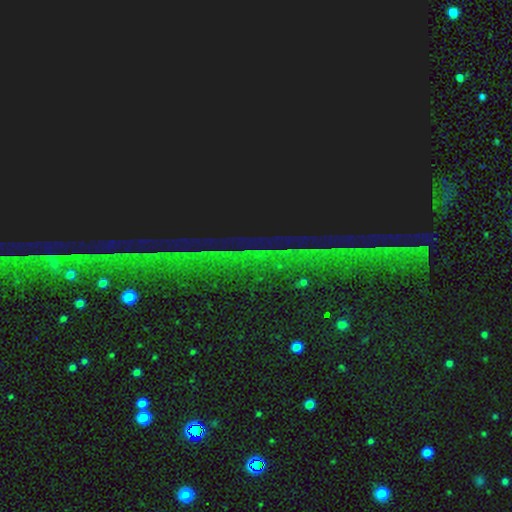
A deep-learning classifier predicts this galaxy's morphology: Smooth or featured? star or artifact (89%)